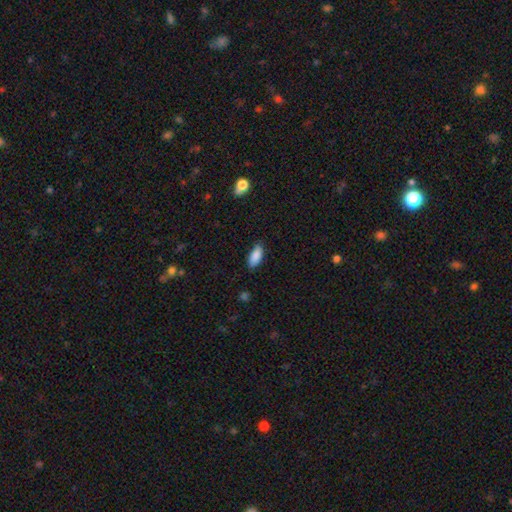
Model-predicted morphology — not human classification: smooth-or-featured: smooth: 87% | star or artifact: 7% | featured or disk: 6%
  how-rounded: in between: 87% | cigar-shaped: 11% | round: 2%
  merging: none: 79% | minor disturbance: 17% | major disturbance: 3% | merger: 1%